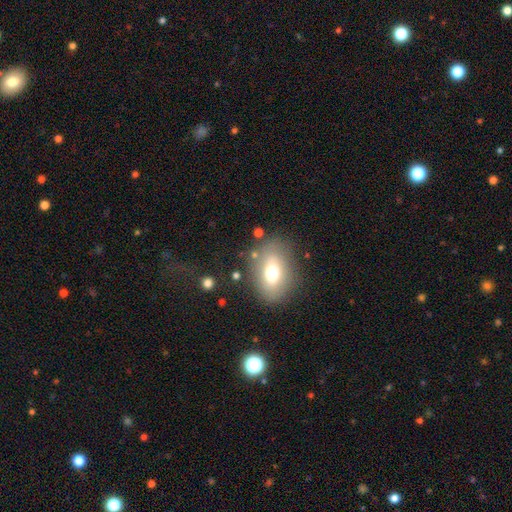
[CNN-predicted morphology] A smooth galaxy with no disk features (67%) that is in between round and cigar-shaped (80%).

Vote fractions:
- Smooth or featured? smooth: 67% / featured or disk: 23% / star or artifact: 11%
- How rounded? in between: 80% / round: 17% / cigar-shaped: 3%
- Merging? none: 75% / minor disturbance: 15% / major disturbance: 6% / merger: 4%